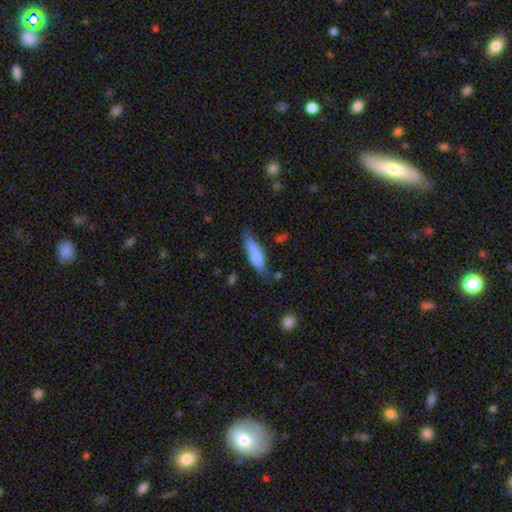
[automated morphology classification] A smooth galaxy with no disk features (74%) that is in between round and cigar-shaped (49%, tied with cigar-shaped). Merging: none (56%).